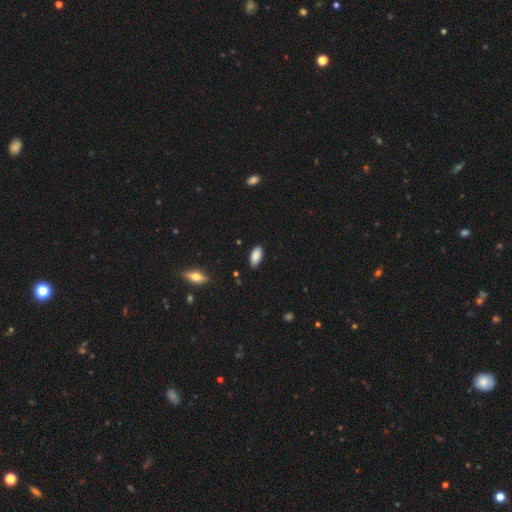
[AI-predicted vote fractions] A smooth galaxy with no disk features (87%) that is in between round and cigar-shaped (92%).

Vote fractions:
- Smooth or featured? smooth: 87% / star or artifact: 7% / featured or disk: 6%
- How rounded? in between: 92% / cigar-shaped: 6% / round: 2%
- Merging? none: 83% / minor disturbance: 13% / major disturbance: 2% / merger: 1%